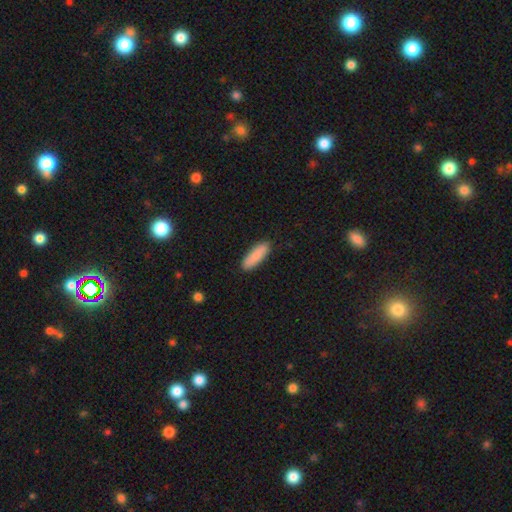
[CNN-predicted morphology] This appears to be a smooth galaxy with no disk features (88%) that is cigar-shaped (52%). Merging: none (89%).